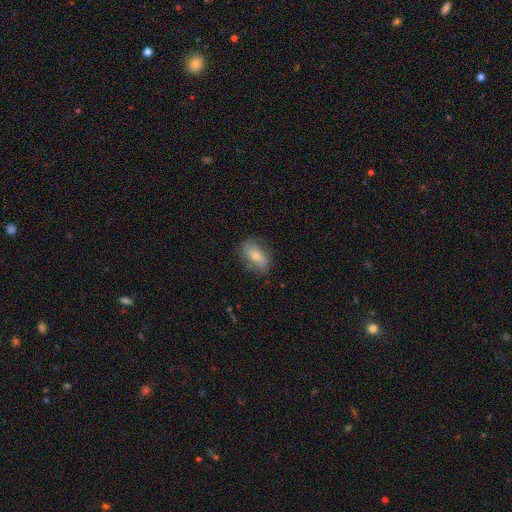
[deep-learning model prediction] Morphology: type=smooth (56%); roundness=in between (84%); merging=none (77%).